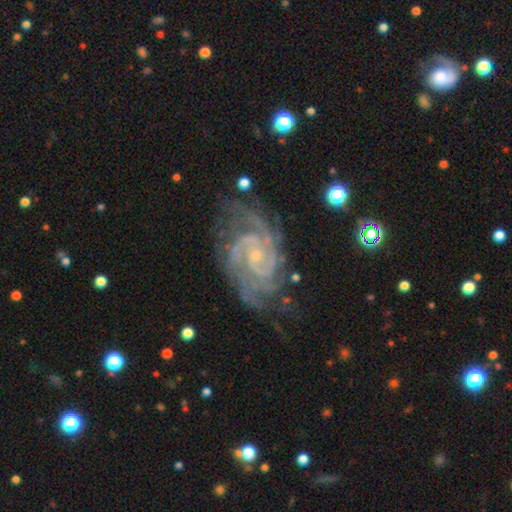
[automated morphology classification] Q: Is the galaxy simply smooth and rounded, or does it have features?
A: featured or disk — 92%.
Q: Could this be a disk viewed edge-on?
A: no — 98%.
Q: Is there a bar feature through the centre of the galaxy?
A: no — 62%.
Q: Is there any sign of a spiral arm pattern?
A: yes — 99%.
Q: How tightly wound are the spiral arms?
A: tight — 66%.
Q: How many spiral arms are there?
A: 2 — 39%.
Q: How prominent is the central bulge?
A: small — 81%.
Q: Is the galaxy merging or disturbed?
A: none — 69%.